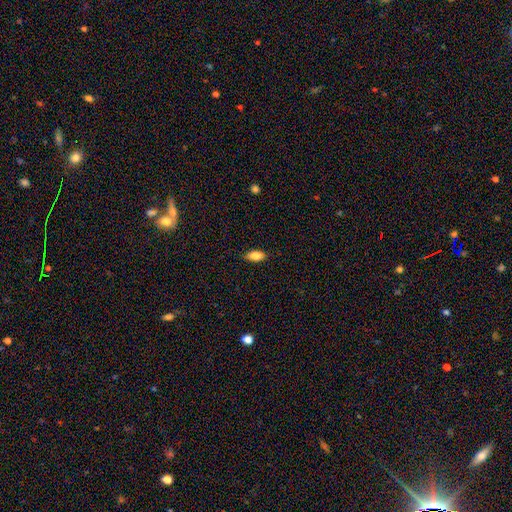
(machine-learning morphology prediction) The model was most divided on "merging": none: 85%, minor disturbance: 12%, major disturbance: 2%, merger: 1%. More confident: how rounded — in between (87%); smooth or featured — smooth (83%).